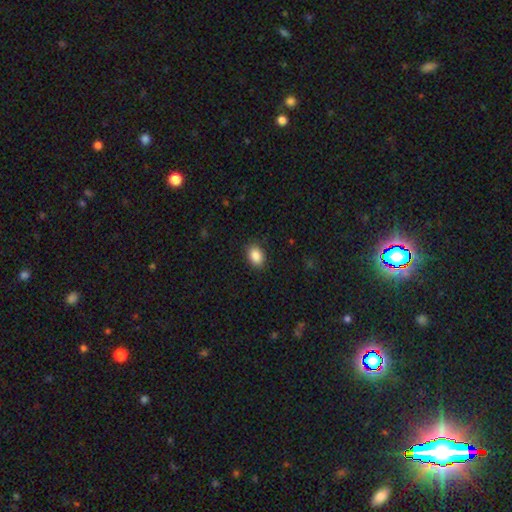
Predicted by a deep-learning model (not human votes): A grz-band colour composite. It shows a smooth galaxy with no disk features (88%) that is in between round and cigar-shaped (80%). Merging: none (88%).